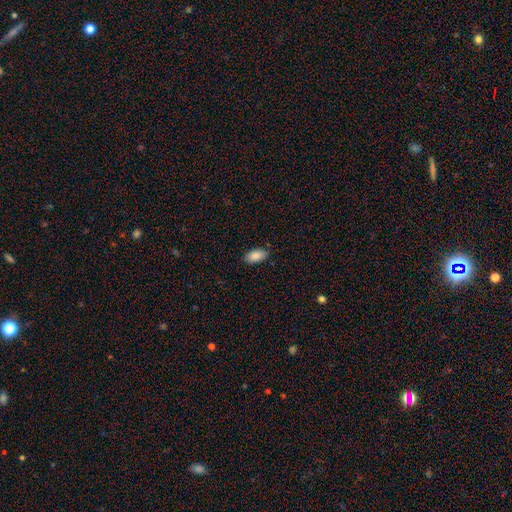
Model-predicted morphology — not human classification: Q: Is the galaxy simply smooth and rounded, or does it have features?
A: smooth — 88%.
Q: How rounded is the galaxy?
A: in between — 93%.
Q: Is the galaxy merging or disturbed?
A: none — 86%.